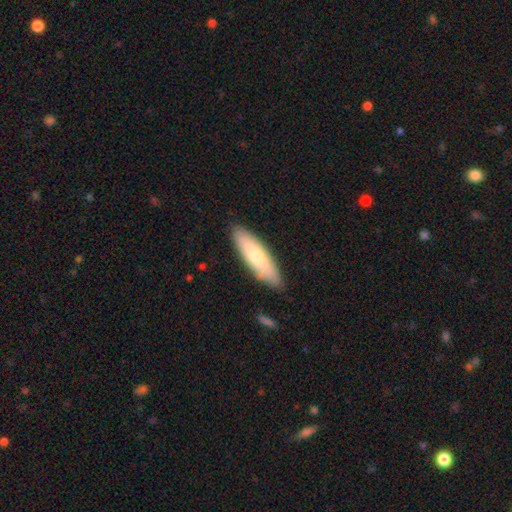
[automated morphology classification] Q: Smooth or featured?
A: smooth (72%); runner-up: featured or disk (23%)
Q: How rounded?
A: cigar-shaped (59%); runner-up: in between (40%)
Q: Merging?
A: none (86%); runner-up: minor disturbance (11%)